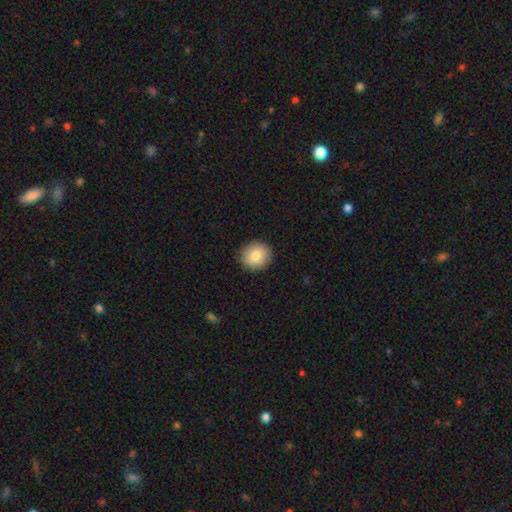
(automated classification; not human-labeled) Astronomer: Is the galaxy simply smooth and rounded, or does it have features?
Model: smooth — 84%.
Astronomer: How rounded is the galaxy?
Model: round — 84%.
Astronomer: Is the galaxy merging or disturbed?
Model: none — 90%.